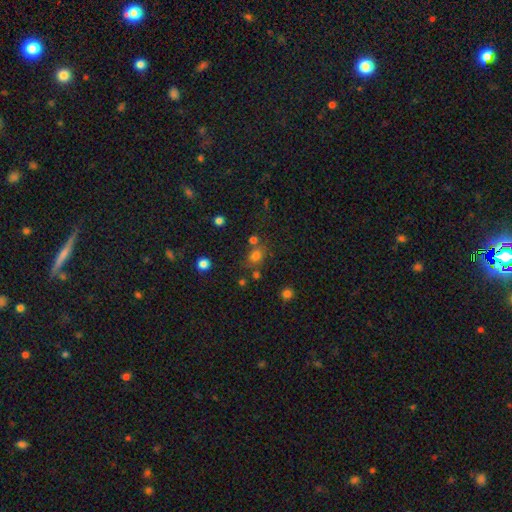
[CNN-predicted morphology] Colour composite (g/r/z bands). It shows a smooth galaxy with no disk features (74%) that is round (57%). Merging: none (61%).